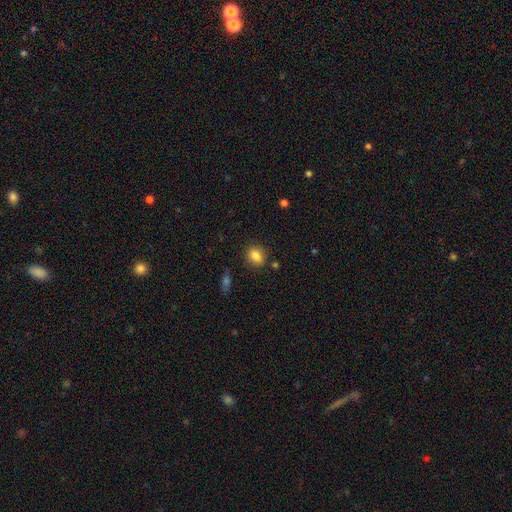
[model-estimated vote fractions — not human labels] The model was most divided on "how rounded": in between: 55%, round: 44%, cigar-shaped: 2%. More confident: merging — none (84%); smooth or featured — smooth (84%).